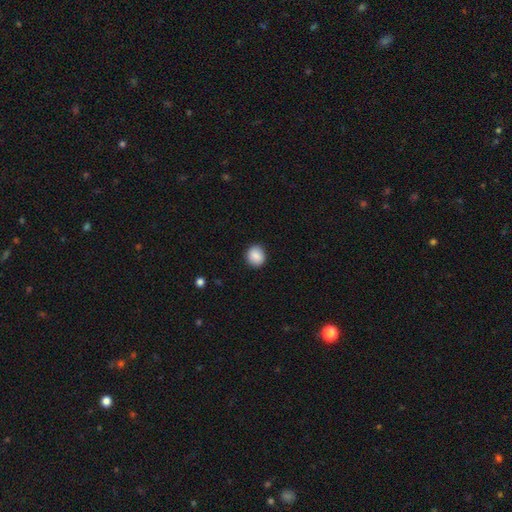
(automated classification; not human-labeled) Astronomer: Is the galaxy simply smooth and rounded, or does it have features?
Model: smooth — 87%.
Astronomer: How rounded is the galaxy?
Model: round — 80%.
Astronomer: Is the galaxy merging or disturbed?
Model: none — 89%.